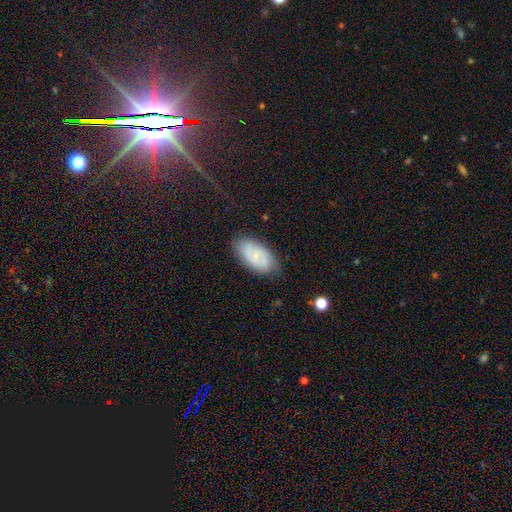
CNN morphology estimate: This appears to be a smooth galaxy with no disk features (48%). Merging: none (78%).